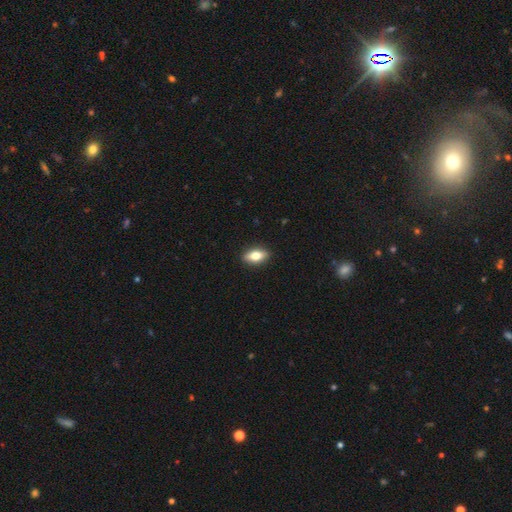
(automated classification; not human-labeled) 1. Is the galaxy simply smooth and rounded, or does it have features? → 70% smooth, 23% featured or disk, 7% star or artifact.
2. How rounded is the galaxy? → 82% in between, 12% cigar-shaped, 6% round.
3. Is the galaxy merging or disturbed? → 89% none, 8% minor disturbance, 2% major disturbance, 1% merger.